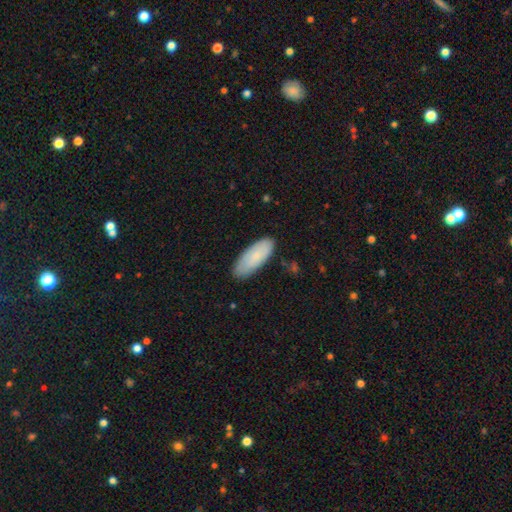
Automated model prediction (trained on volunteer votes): Smooth or featured? smooth (80%)
How rounded? in between (77%)
Merging? none (83%)